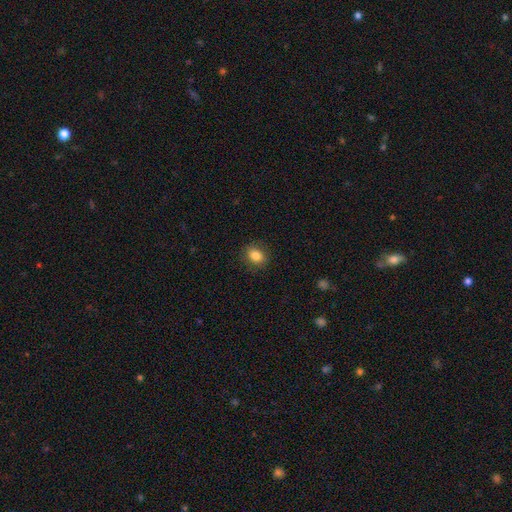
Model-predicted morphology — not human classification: The model was most divided on "how rounded": in between: 55%, round: 44%, cigar-shaped: 1%. More confident: merging — none (87%); smooth or featured — smooth (84%).